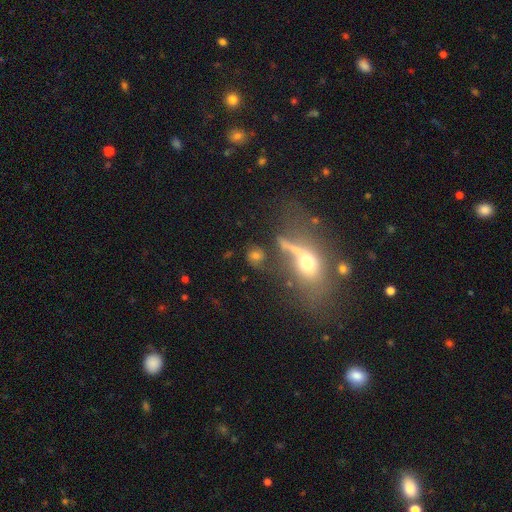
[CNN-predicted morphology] Q: Smooth or featured?
A: smooth (53%); runner-up: featured or disk (32%)
Q: How rounded?
A: round (67%); runner-up: in between (28%)
Q: Merging?
A: none (56%); runner-up: merger (18%)